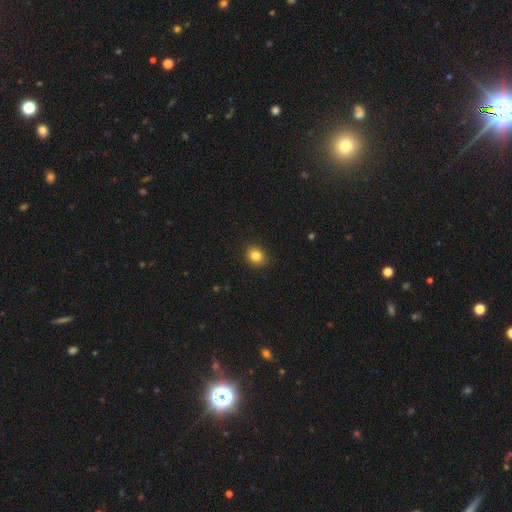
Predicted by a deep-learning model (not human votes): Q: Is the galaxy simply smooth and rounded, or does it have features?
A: smooth — 84%.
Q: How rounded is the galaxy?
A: round — 68%.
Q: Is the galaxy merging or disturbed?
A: none — 91%.